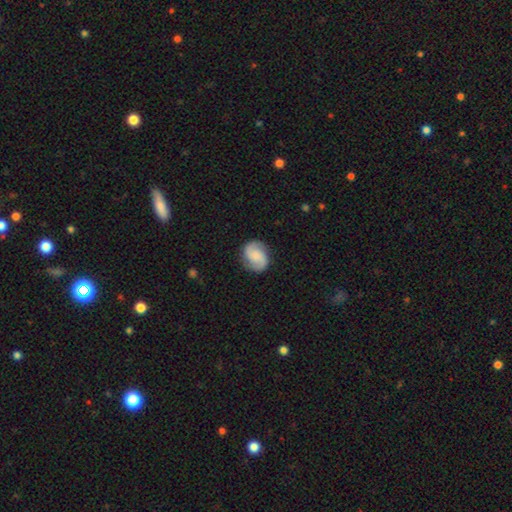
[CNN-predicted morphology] This appears to be a featured or disk galaxy (67%) with no bar (59%), 2 (92%) medium (47%) spiral arms (96%) and no central bulge (50%). Merging: none (83%).